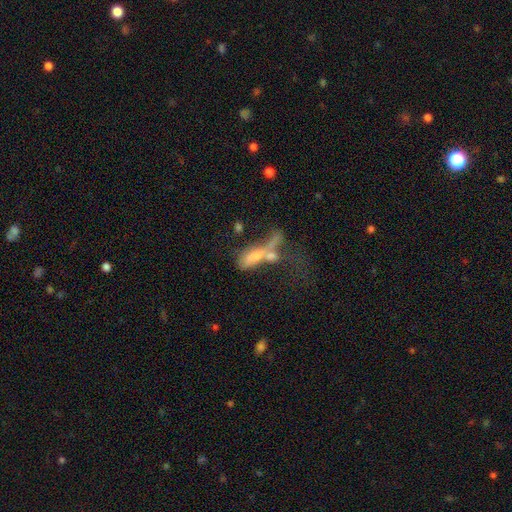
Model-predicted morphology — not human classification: This is possibly a smooth galaxy (47%). Merging: possibly merger (53%).